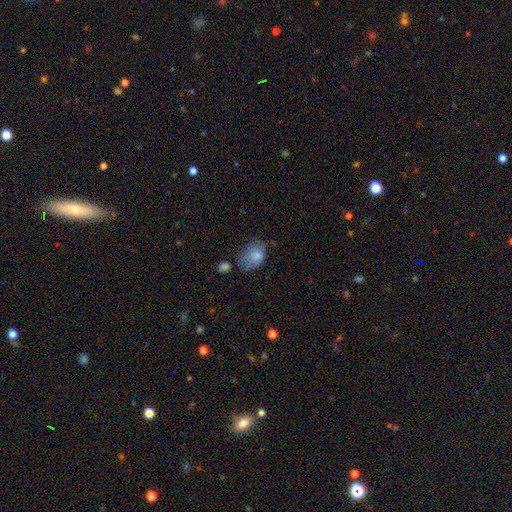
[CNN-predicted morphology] type=smooth (79%); roundness=in between (81%); merging=none (43%).